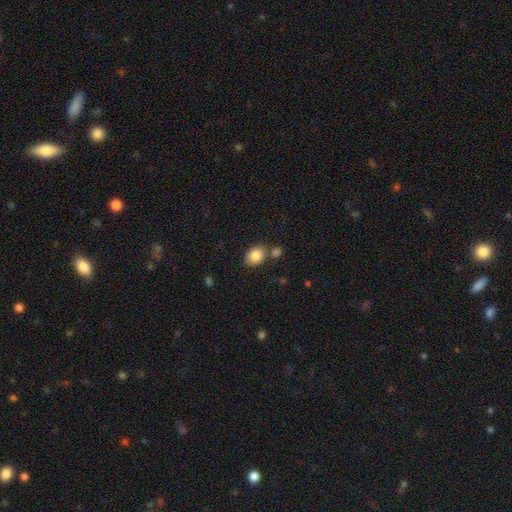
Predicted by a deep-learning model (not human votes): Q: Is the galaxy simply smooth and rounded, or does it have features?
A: smooth — 86%.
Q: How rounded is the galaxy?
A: in between — 63%.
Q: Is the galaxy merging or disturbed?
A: none — 70%.